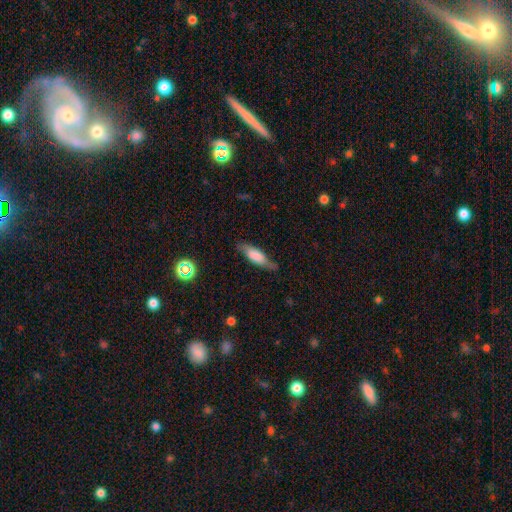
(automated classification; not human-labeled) Q: Smooth or featured?
A: smooth (61%); runner-up: featured or disk (32%)
Q: How rounded?
A: cigar-shaped (51%); runner-up: in between (46%)
Q: Merging?
A: none (73%); runner-up: minor disturbance (20%)